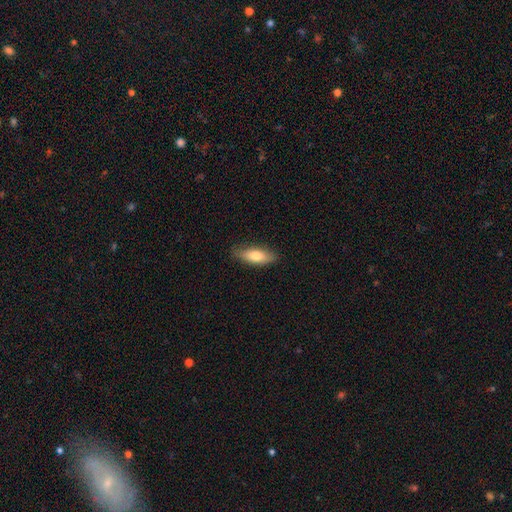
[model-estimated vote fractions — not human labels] Morphology: type=smooth (74%); roundness=in between (65%); merging=none (82%).